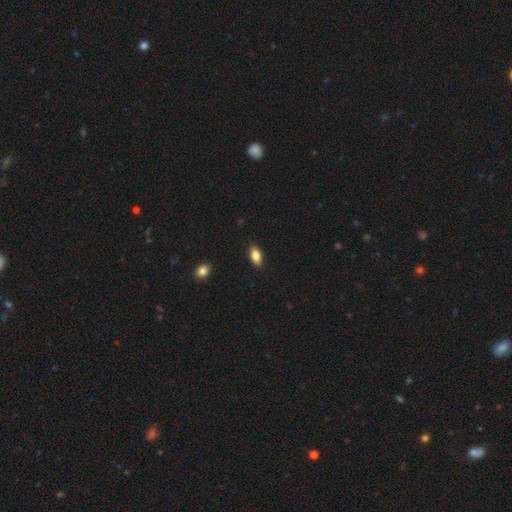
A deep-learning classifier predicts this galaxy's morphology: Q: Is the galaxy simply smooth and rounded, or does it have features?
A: smooth — 79%.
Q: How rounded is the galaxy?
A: in between — 87%.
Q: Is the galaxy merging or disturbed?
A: none — 87%.